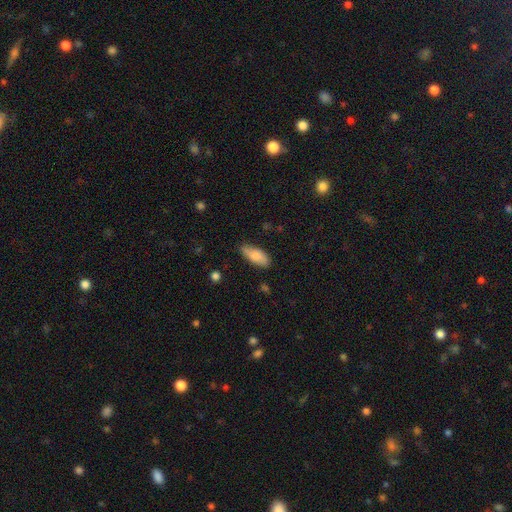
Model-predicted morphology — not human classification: Overall: smooth (82%). How rounded: in between (80%). Merging: none (78%).